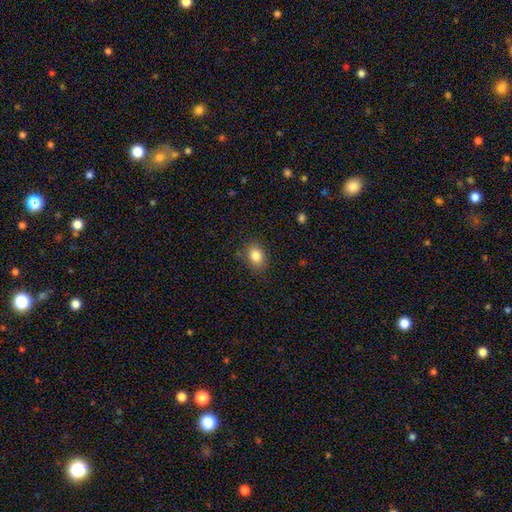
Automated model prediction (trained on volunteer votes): Smooth or featured? Predicted: smooth (p=0.84). How rounded? Predicted: in between (p=0.59). Merging? Predicted: none (p=0.84).